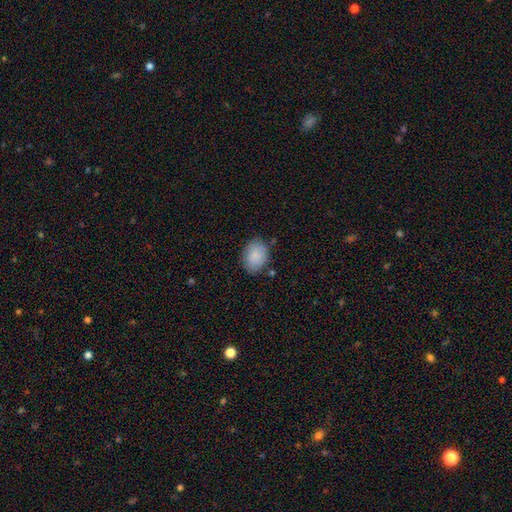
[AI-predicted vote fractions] smooth 88%, star or artifact 7%, featured or disk 5%. Down the decision tree: how rounded — in between (71%); merging — none (80%).